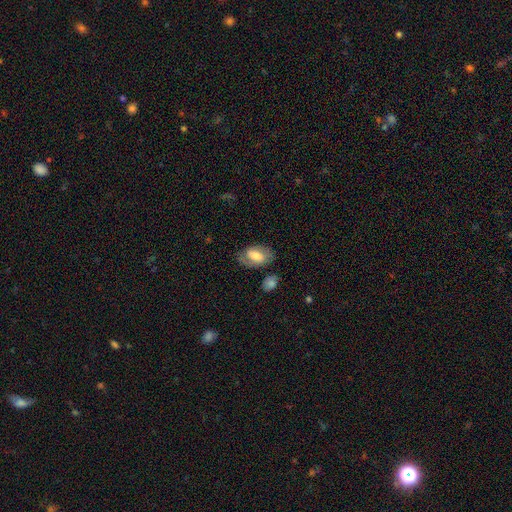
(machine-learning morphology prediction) Smooth or featured? smooth (54%)
How rounded? in between (91%)
Merging? none (64%)